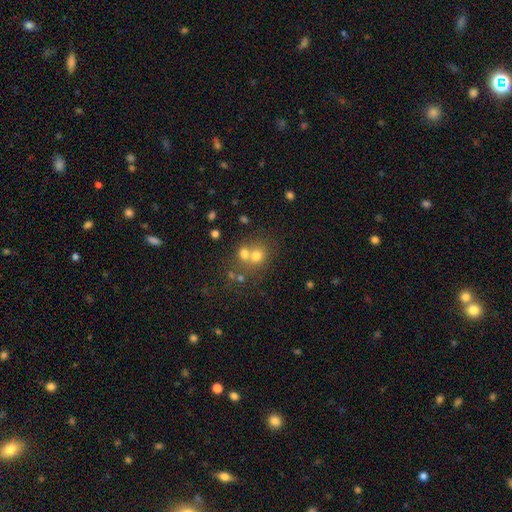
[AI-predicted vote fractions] Morphology: type=smooth (68%); roundness=round (75%); merging=merger (47%).